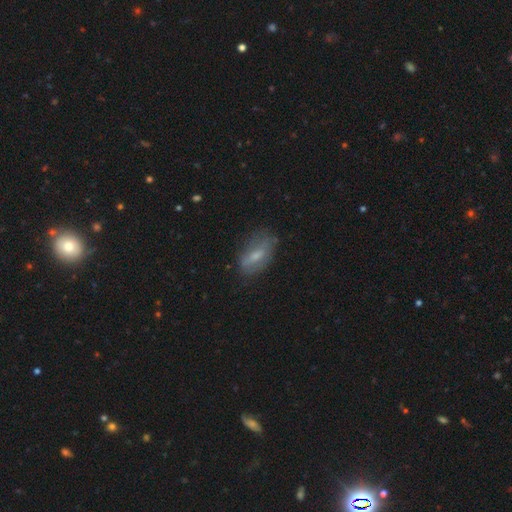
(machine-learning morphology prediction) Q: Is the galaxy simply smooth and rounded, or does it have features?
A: smooth — 55%.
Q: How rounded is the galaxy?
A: in between — 78%.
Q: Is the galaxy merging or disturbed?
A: none — 64%.